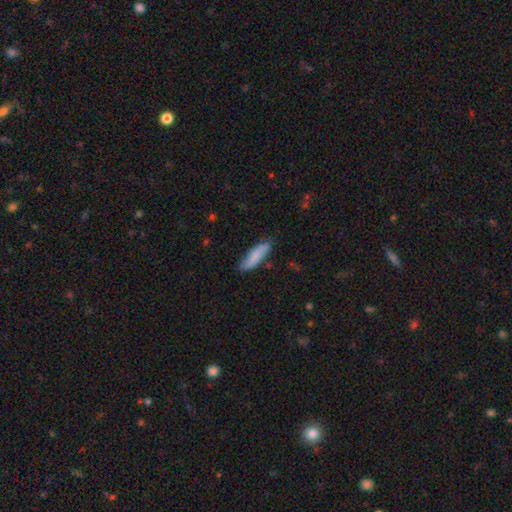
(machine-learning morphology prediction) type=smooth (77%); roundness=cigar-shaped (60%); merging=none (81%).